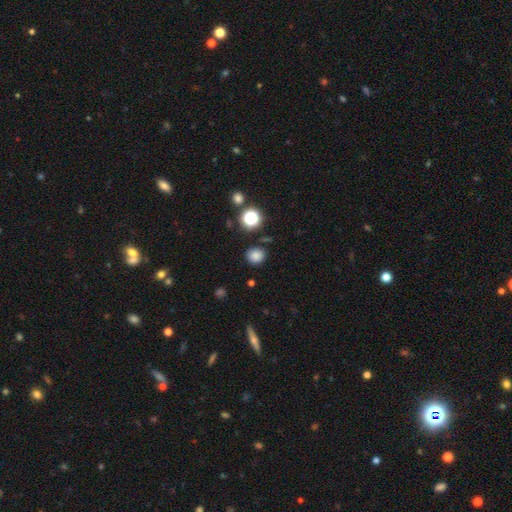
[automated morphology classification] Smooth or featured?
  - smooth: 80% *
  - star or artifact: 16%
  - featured or disk: 5%
How rounded?
  - round: 81% *
  - in between: 18%
  - cigar-shaped: 1%
Merging?
  - none: 85% *
  - minor disturbance: 9%
  - merger: 3%
  - major disturbance: 3%